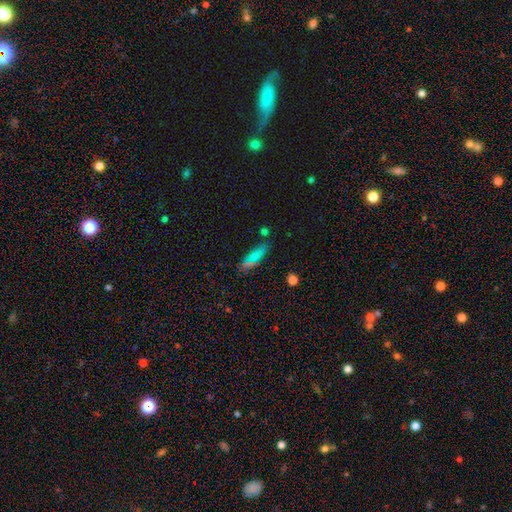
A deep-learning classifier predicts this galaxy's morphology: Smooth or featured: smooth — 69% (star or artifact — 17%)
How rounded: in between — 49% (cigar-shaped — 47%)
Merging: none — 75% (minor disturbance — 16%)